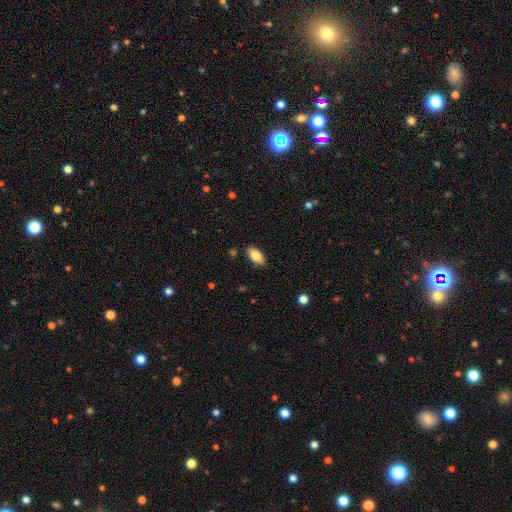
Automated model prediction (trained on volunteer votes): Smooth or featured: smooth — 85% (featured or disk — 8%)
How rounded: in between — 92% (cigar-shaped — 4%)
Merging: none — 85% (minor disturbance — 11%)